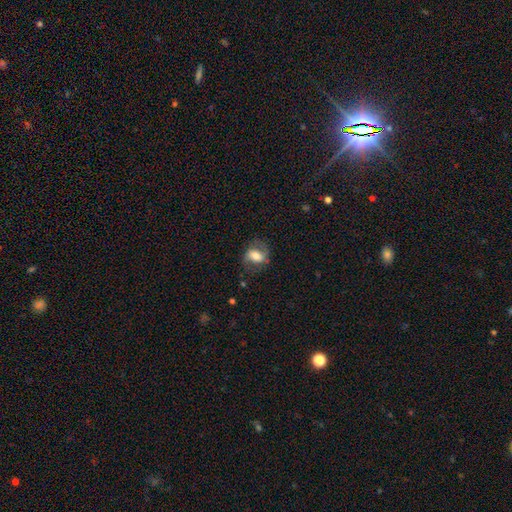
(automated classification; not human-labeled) This is possibly a smooth galaxy (51%). How rounded: likely in between (69%). Merging: likely none (65%).